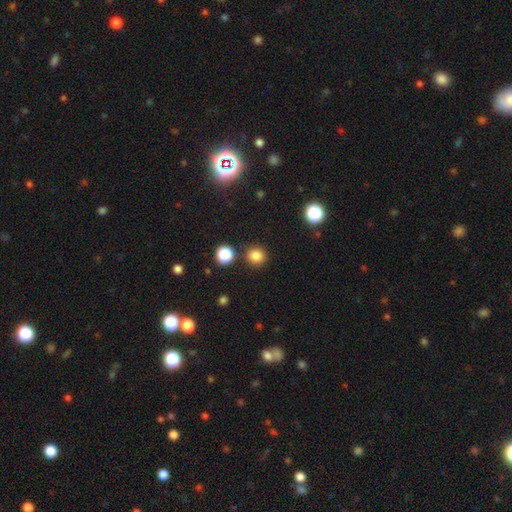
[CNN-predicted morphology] A smooth galaxy with no disk features (82%) that is round (86%). Merging: none (86%).